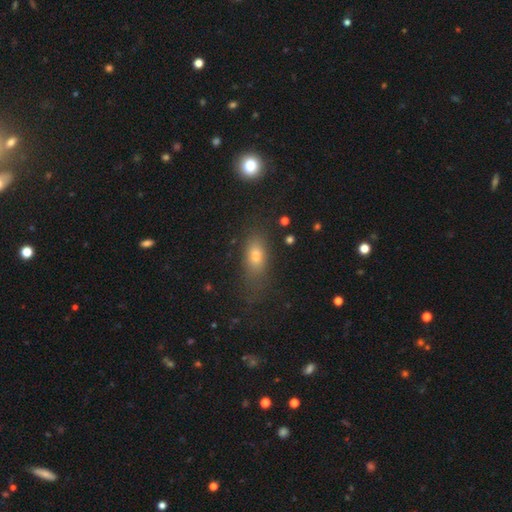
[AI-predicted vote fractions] A smooth galaxy with no disk features (72%) that is in between round and cigar-shaped (74%). Merging: none (66%).